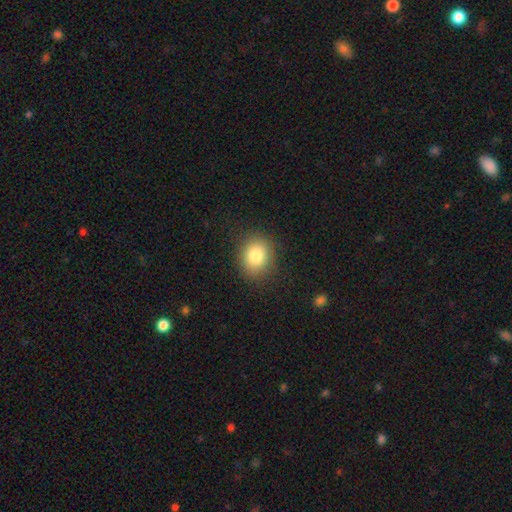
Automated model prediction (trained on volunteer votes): This appears to be a smooth galaxy with no disk features (82%) that is round (60%). Merging: none (86%).